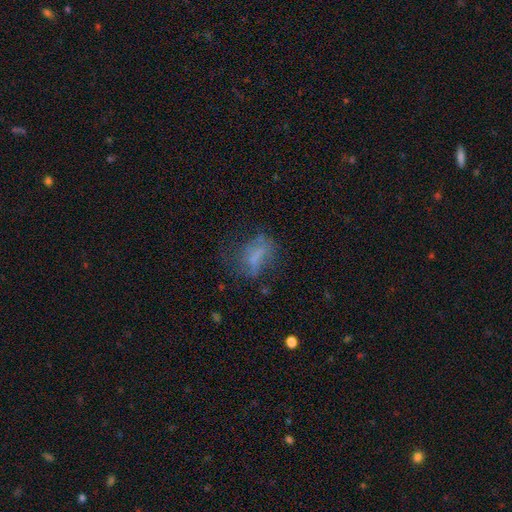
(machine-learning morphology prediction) A smooth galaxy with no disk features (49%).

Vote fractions:
- Smooth or featured? smooth: 49% / featured or disk: 35% / star or artifact: 17%
- Merging? none: 43% / major disturbance: 29% / minor disturbance: 24% / merger: 4%